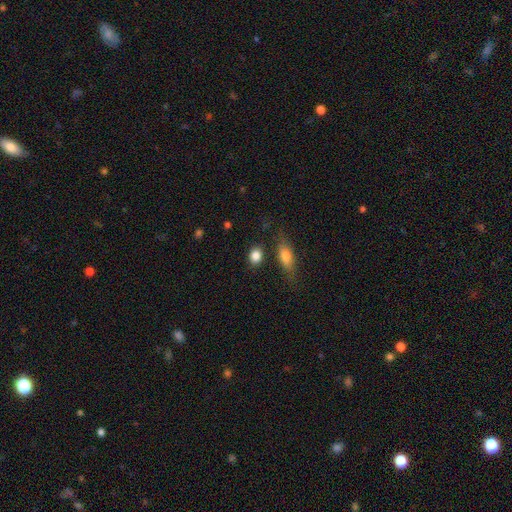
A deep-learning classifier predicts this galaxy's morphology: This appears to be a smooth galaxy with no disk features (85%) that is in between round and cigar-shaped (49%). Merging: none (80%).